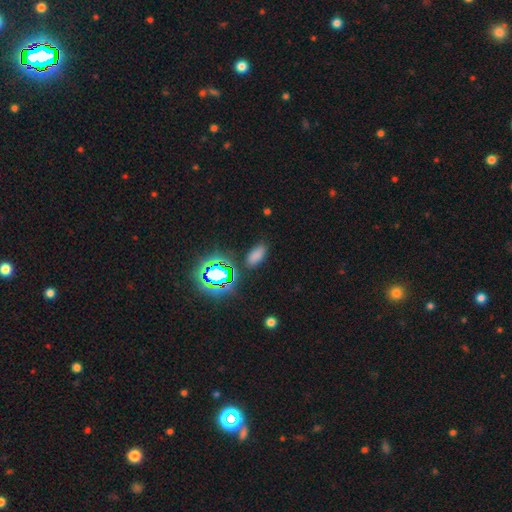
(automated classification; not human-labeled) A smooth galaxy with no disk features (69%) that is in between round and cigar-shaped (88%).

Vote fractions:
- Smooth or featured? smooth: 69% / star or artifact: 25% / featured or disk: 6%
- How rounded? in between: 88% / cigar-shaped: 6% / round: 5%
- Merging? none: 84% / minor disturbance: 10% / major disturbance: 3% / merger: 3%